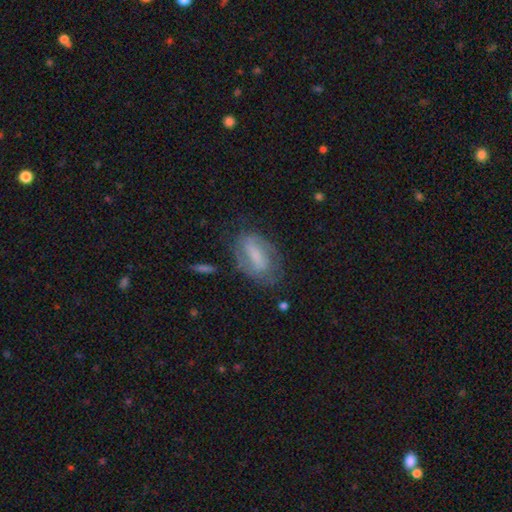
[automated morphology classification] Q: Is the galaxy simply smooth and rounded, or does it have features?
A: featured or disk — 51%.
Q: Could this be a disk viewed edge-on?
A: no — 92%.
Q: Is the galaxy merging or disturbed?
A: none — 63%.